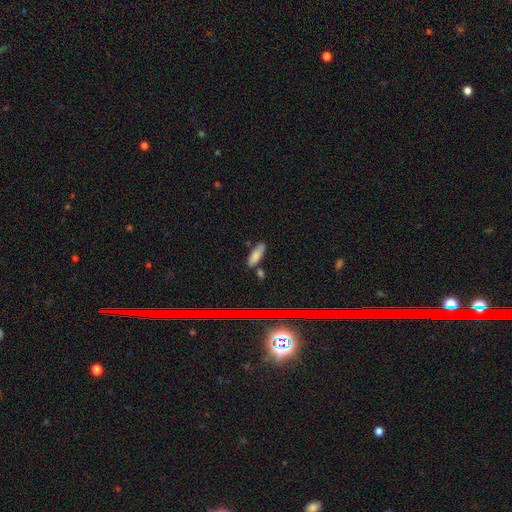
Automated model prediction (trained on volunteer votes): smooth-or-featured: smooth: 80% | featured or disk: 10% | star or artifact: 10%
  how-rounded: in between: 58% | cigar-shaped: 40% | round: 2%
  merging: none: 76% | minor disturbance: 16% | merger: 5% | major disturbance: 3%